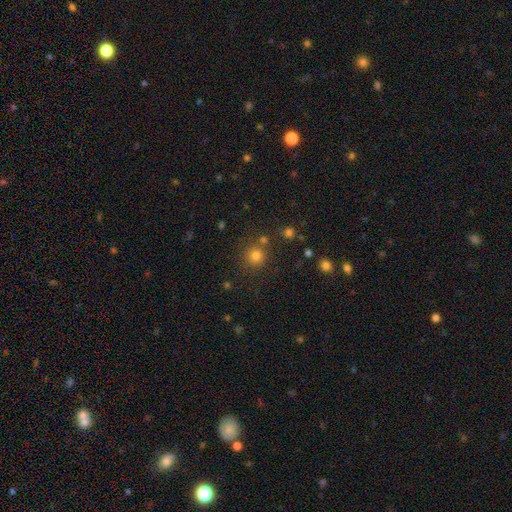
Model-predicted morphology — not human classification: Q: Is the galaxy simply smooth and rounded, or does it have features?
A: smooth — 78%.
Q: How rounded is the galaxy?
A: round — 93%.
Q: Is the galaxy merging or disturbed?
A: none — 79%.